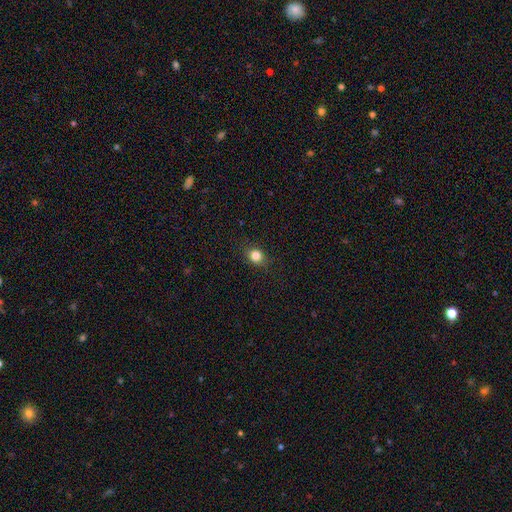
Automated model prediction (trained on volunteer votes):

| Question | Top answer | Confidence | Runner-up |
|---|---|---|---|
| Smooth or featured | smooth | 83% | star or artifact (12%) |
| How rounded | round | 66% | in between (33%) |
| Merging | none | 87% | minor disturbance (10%) |